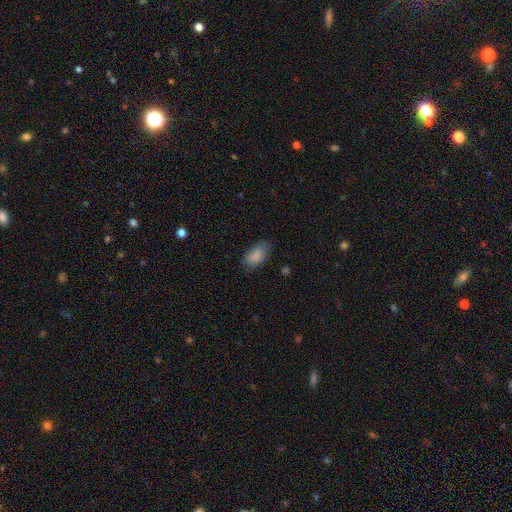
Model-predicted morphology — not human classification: This appears to be a smooth galaxy with no disk features (87%) that is in between round and cigar-shaped (92%). Merging: none (73%).